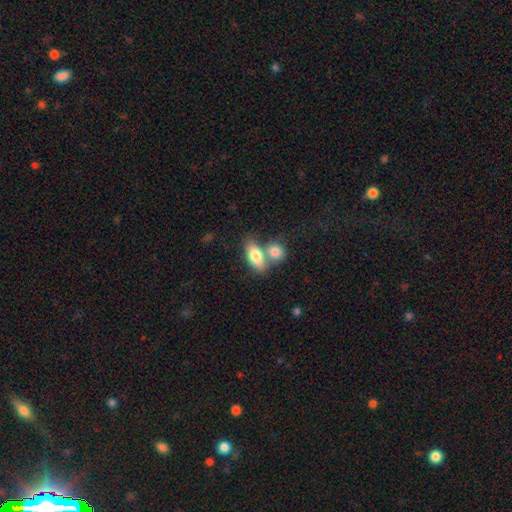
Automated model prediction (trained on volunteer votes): A smooth galaxy with no disk features (77%) that is in between round and cigar-shaped (83%).

Vote fractions:
- Smooth or featured? smooth: 77% / featured or disk: 16% / star or artifact: 6%
- How rounded? in between: 83% / cigar-shaped: 10% / round: 7%
- Merging? merger: 53% / none: 34% / minor disturbance: 9% / major disturbance: 4%